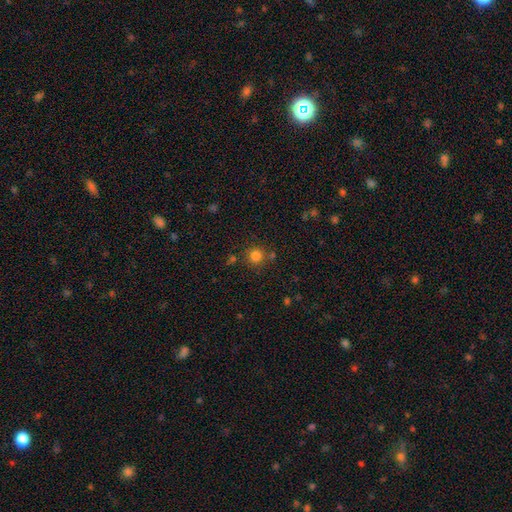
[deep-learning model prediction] Smooth or featured: smooth — 81% (star or artifact — 14%)
How rounded: round — 93% (in between — 6%)
Merging: none — 78% (minor disturbance — 9%)